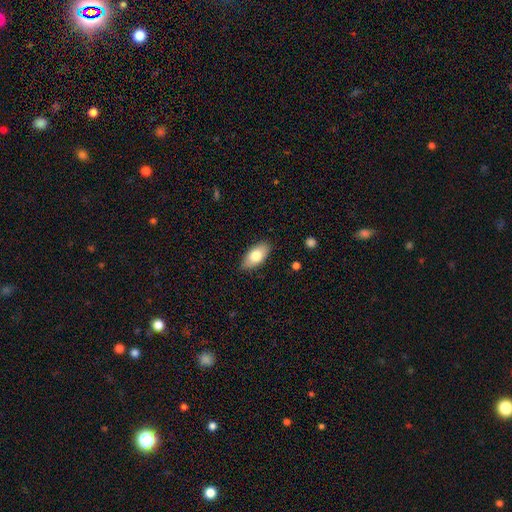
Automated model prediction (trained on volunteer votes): A smooth galaxy with no disk features (76%) that is in between round and cigar-shaped (93%). Merging: none (86%).